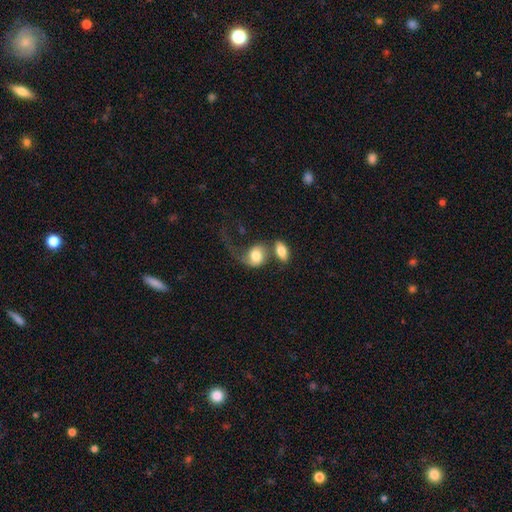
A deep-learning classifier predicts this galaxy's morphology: Overall: smooth (59%; featured or disk 34%). How rounded: in between (53%; round 45%). Merging: merger (40%; major disturbance 32%).